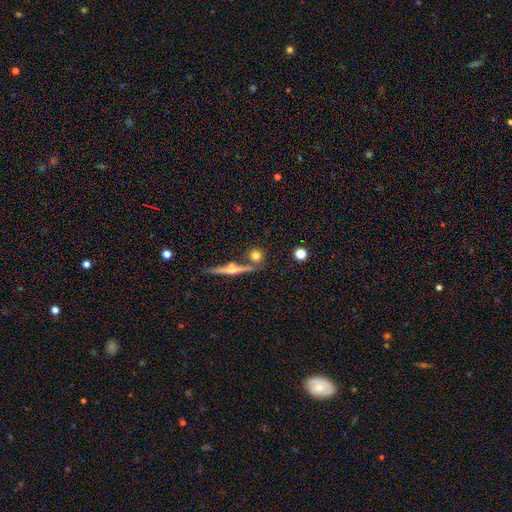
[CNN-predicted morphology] type=smooth (69%); roundness=round (88%); merging=none (74%).